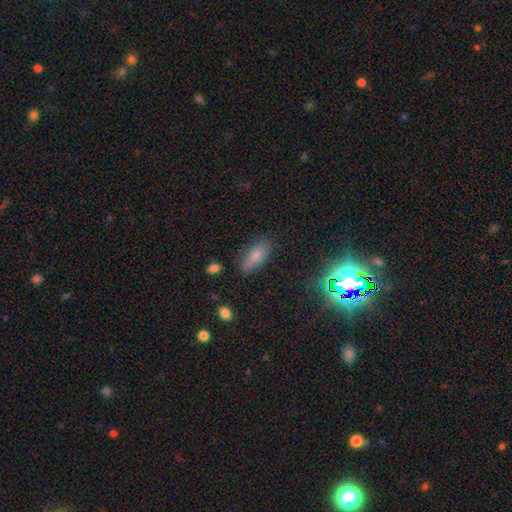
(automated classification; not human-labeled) The model was most divided on "merging": none: 75%, minor disturbance: 18%, major disturbance: 4%, merger: 2%. More confident: how rounded — in between (81%); smooth or featured — smooth (73%).